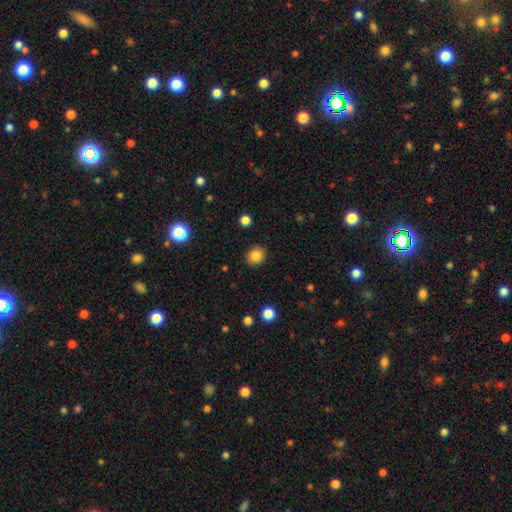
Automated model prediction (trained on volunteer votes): Q: Smooth or featured?
A: smooth (85%); runner-up: star or artifact (11%)
Q: How rounded?
A: round (80%); runner-up: in between (20%)
Q: Merging?
A: none (90%); runner-up: minor disturbance (7%)